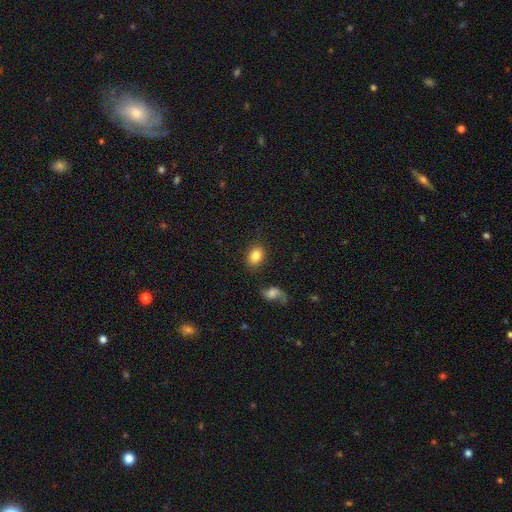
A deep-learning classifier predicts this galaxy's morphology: A smooth galaxy with no disk features (83%) that is in between round and cigar-shaped (70%).

Vote fractions:
- Smooth or featured? smooth: 83% / featured or disk: 9% / star or artifact: 8%
- How rounded? in between: 70% / round: 29% / cigar-shaped: 1%
- Merging? none: 80% / minor disturbance: 11% / merger: 5% / major disturbance: 4%